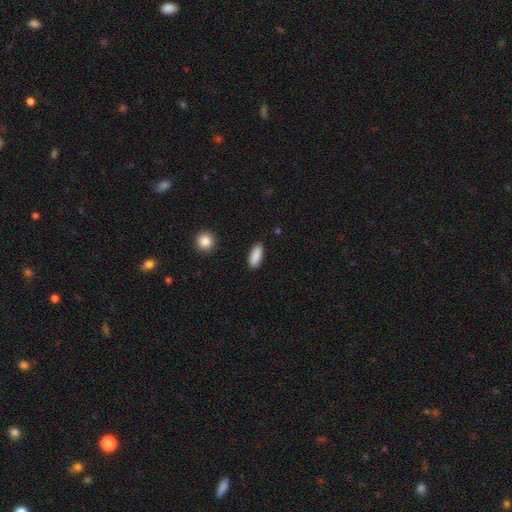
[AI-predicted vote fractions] smooth-or-featured: smooth: 90% | star or artifact: 6% | featured or disk: 4%
  how-rounded: in between: 76% | cigar-shaped: 21% | round: 2%
  merging: none: 89% | minor disturbance: 8% | major disturbance: 2% | merger: 1%